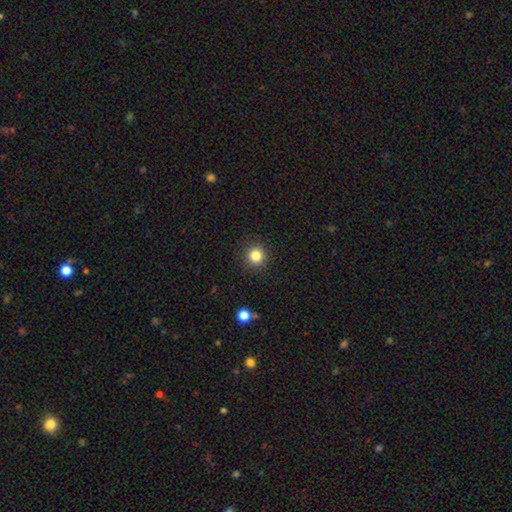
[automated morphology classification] Smooth or featured: smooth — 84% (star or artifact — 12%)
How rounded: round — 94% (in between — 5%)
Merging: none — 91% (minor disturbance — 6%)